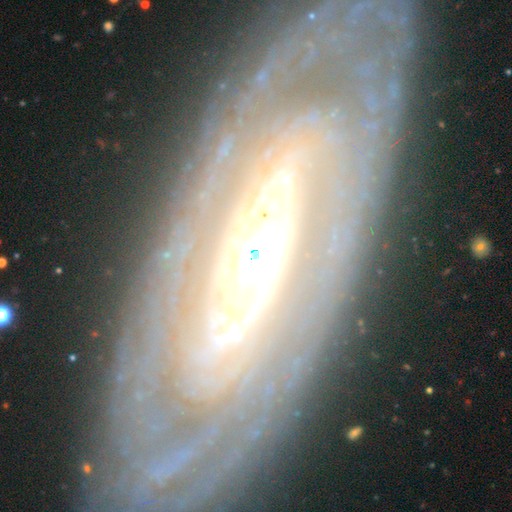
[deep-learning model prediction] Morphology: type=featured or disk (85%); edge-on=no (81%); bar=no (48%); spiral arms=yes (74%); winding=tight (68%); arm count=can't tell (45%); bulge=moderate (63%); merging=none (74%).